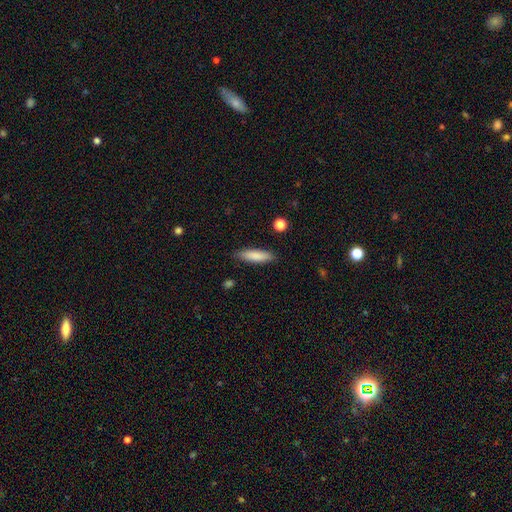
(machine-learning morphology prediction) smooth-or-featured: smooth: 83% | featured or disk: 10% | star or artifact: 6%
  how-rounded: cigar-shaped: 68% | in between: 30% | round: 2%
  merging: none: 86% | minor disturbance: 10% | major disturbance: 2% | merger: 1%